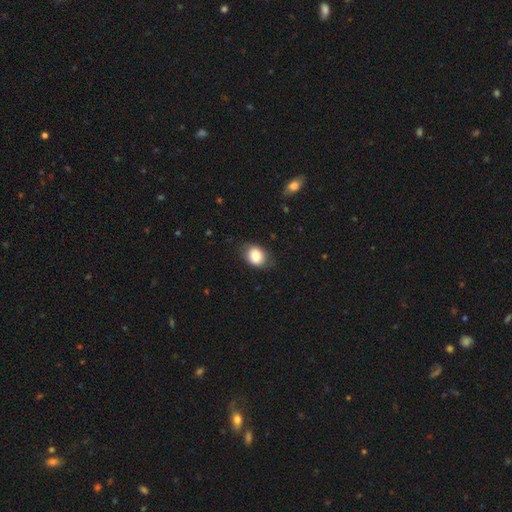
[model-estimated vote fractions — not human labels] smooth_or_featured: smooth (p=0.84) [alt: featured or disk p=0.08]
how_rounded: in between (p=0.58) [alt: round p=0.41]
merging: none (p=0.77) [alt: minor disturbance p=0.18]